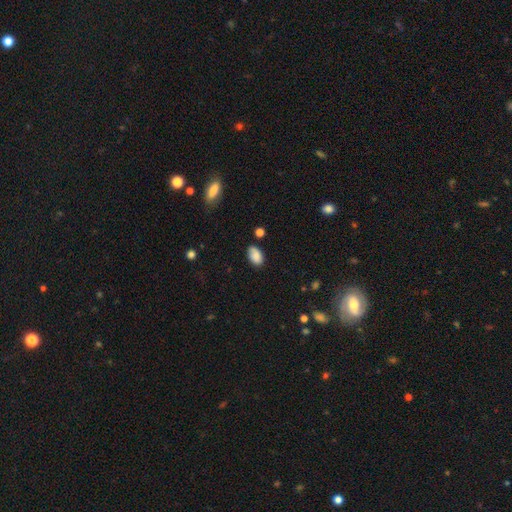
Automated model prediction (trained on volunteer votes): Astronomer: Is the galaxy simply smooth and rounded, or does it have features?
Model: smooth — 83%.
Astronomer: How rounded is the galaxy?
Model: in between — 91%.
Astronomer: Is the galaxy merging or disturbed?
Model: none — 69%.